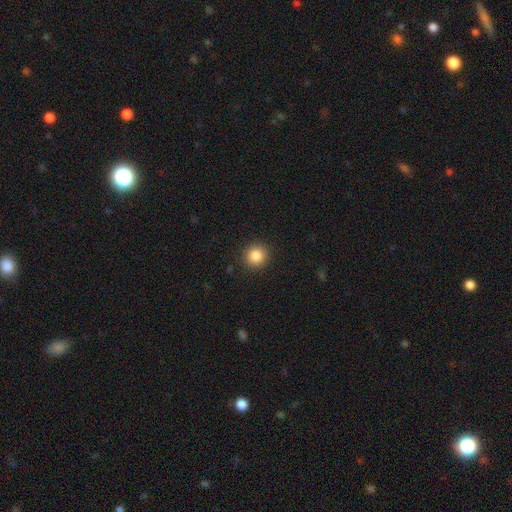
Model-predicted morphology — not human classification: smooth_or_featured: smooth (p=0.86) [alt: star or artifact p=0.10]
how_rounded: round (p=0.93) [alt: in between p=0.06]
merging: none (p=0.91) [alt: minor disturbance p=0.06]